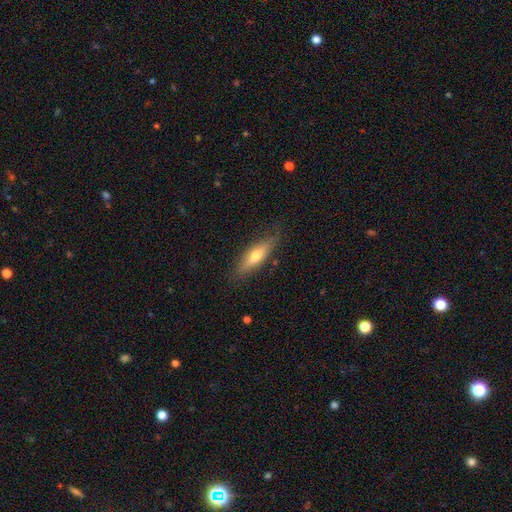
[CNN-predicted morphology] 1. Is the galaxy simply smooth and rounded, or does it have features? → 60% smooth, 34% featured or disk, 6% star or artifact.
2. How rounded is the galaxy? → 56% cigar-shaped, 42% in between, 2% round.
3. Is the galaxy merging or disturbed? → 77% none, 17% minor disturbance, 4% major disturbance, 1% merger.